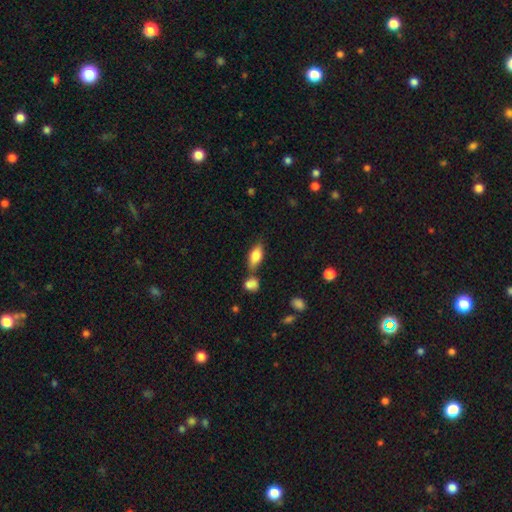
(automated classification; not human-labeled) The model was most divided on "merging": none: 61%, merger: 19%, minor disturbance: 15%, major disturbance: 4%. More confident: how rounded — in between (82%); smooth or featured — smooth (76%).